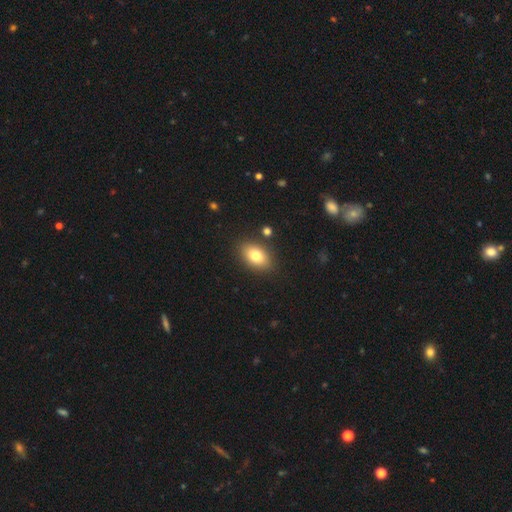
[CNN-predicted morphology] smooth-or-featured: smooth: 79% | featured or disk: 12% | star or artifact: 9%
  how-rounded: in between: 87% | round: 11% | cigar-shaped: 2%
  merging: none: 86% | minor disturbance: 9% | merger: 3% | major disturbance: 2%